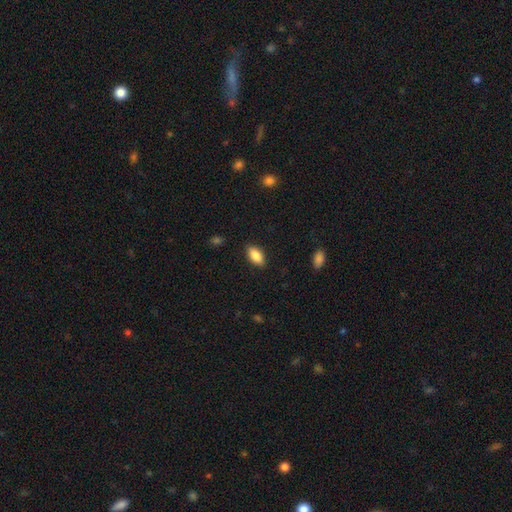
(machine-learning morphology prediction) A smooth galaxy with no disk features (87%) that is in between round and cigar-shaped (92%).

Vote fractions:
- Smooth or featured? smooth: 87% / star or artifact: 7% / featured or disk: 6%
- How rounded? in between: 92% / cigar-shaped: 5% / round: 3%
- Merging? none: 87% / minor disturbance: 10% / major disturbance: 2% / merger: 1%